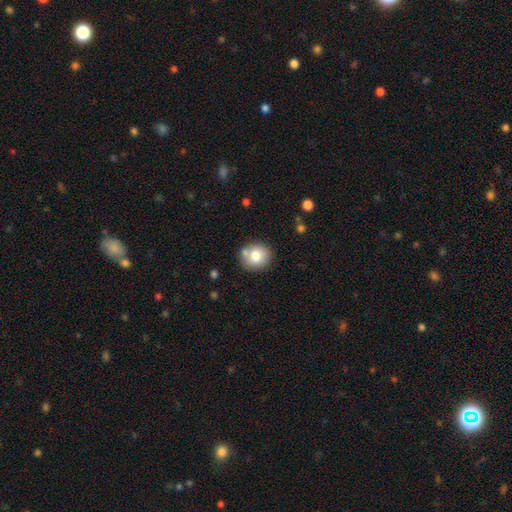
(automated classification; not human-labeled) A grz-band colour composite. It shows a smooth galaxy with no disk features (77%) that is round (80%). Merging: none (72%).